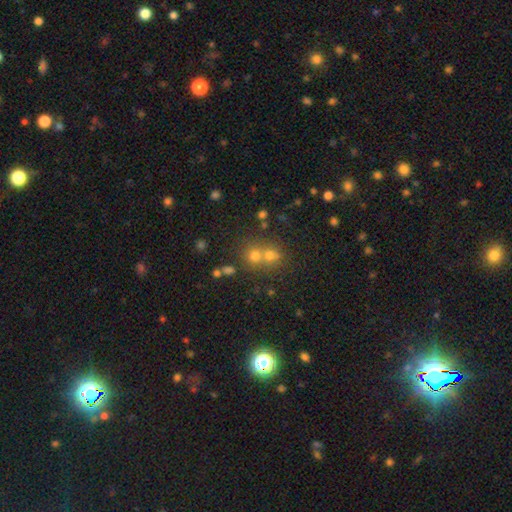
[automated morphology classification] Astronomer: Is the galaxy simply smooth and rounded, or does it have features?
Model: smooth — 59%.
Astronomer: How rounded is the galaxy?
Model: round — 83%.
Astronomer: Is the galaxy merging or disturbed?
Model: merger — 50% (runner-up: none, 43%).